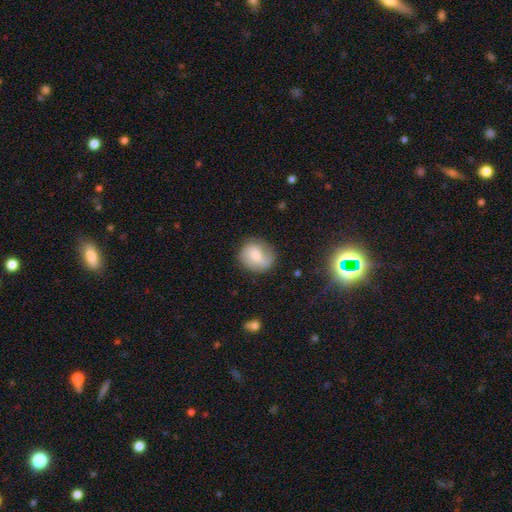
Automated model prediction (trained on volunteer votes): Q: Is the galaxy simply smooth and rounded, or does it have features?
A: smooth — 47%.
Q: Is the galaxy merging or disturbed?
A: none — 76%.